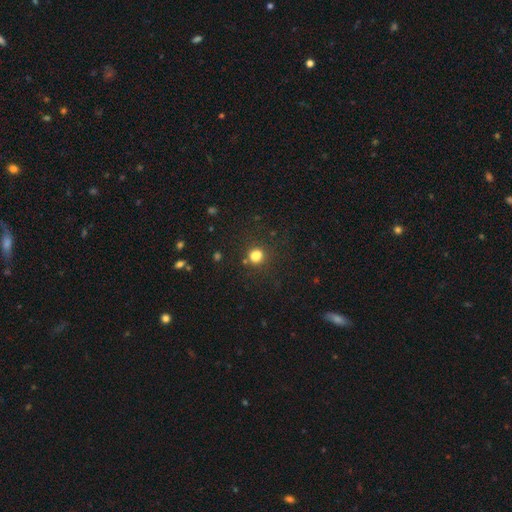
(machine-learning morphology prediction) This appears to be a smooth galaxy with no disk features (78%) that is round (81%). Merging: none (76%).